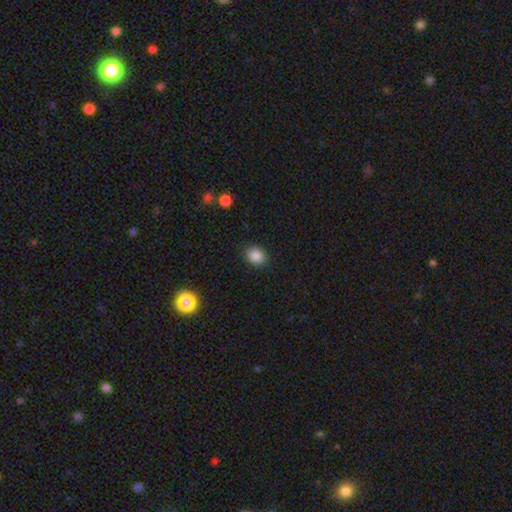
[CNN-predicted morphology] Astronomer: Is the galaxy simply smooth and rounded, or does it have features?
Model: smooth — 86%.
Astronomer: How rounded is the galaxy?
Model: round — 59% (runner-up: in between, 40%).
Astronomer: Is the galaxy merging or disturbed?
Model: none — 88%.